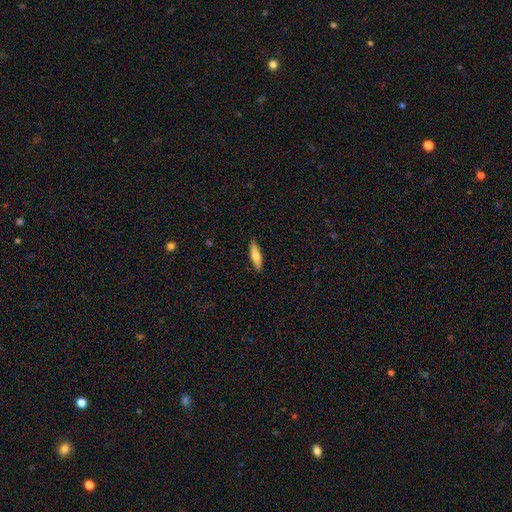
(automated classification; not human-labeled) This appears to be a smooth galaxy with no disk features (69%) that is cigar-shaped (73%). Merging: none (89%).